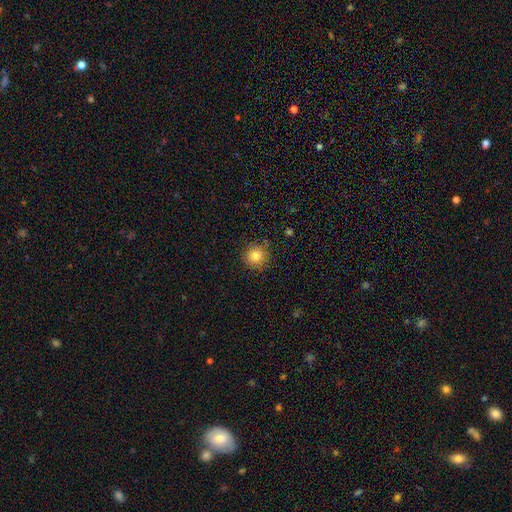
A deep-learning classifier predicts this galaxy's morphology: Smooth or featured?
  - smooth: 79% *
  - star or artifact: 13%
  - featured or disk: 8%
How rounded?
  - round: 94% *
  - in between: 5%
  - cigar-shaped: 1%
Merging?
  - none: 88% *
  - minor disturbance: 9%
  - major disturbance: 2%
  - merger: 1%